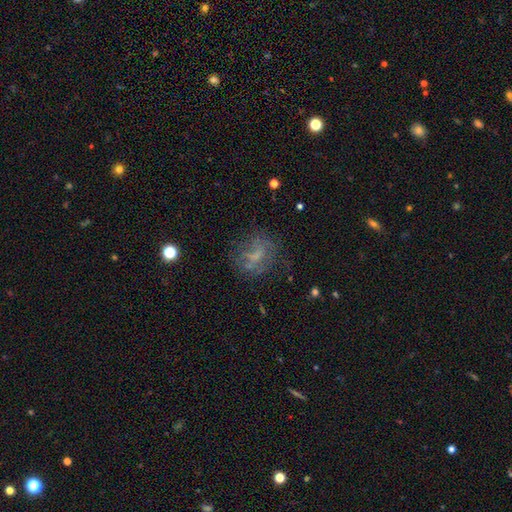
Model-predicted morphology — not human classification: The model was most divided on "smooth or featured": featured or disk: 41%, smooth: 39%, star or artifact: 20%. More confident: merging — none (59%).